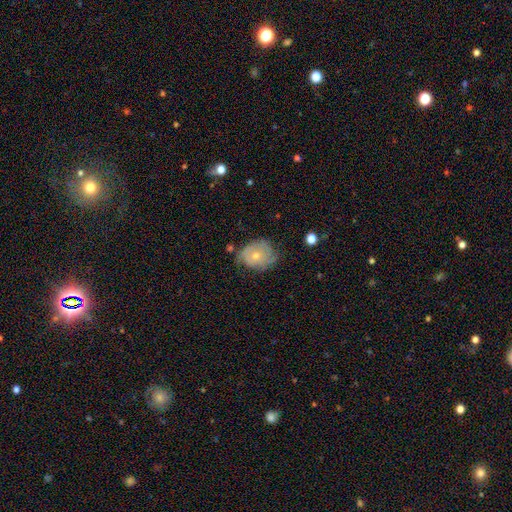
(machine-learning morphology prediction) Q: Smooth or featured?
A: featured or disk (51%); runner-up: smooth (42%)
Q: Edge-on disk?
A: no (96%); runner-up: yes (4%)
Q: Merging?
A: none (50%); runner-up: minor disturbance (35%)